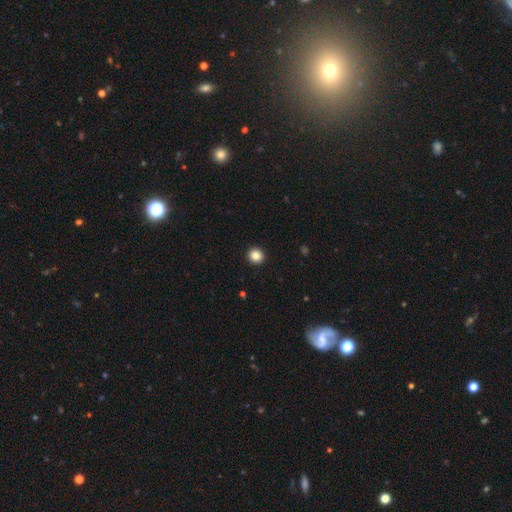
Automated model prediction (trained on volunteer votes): smooth-or-featured: smooth: 86% | star or artifact: 10% | featured or disk: 4%
  how-rounded: round: 90% | in between: 9% | cigar-shaped: 1%
  merging: none: 93% | minor disturbance: 4% | major disturbance: 1% | merger: 1%